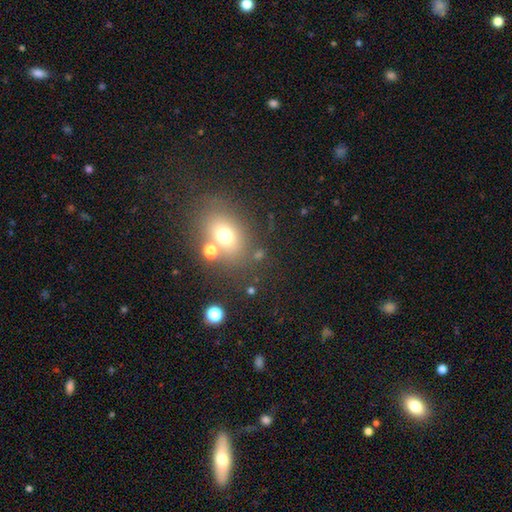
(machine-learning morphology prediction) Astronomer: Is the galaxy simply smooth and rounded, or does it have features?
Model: smooth — 64%.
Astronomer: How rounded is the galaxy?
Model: in between — 58% (runner-up: round, 41%).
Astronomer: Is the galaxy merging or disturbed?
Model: none — 66%.